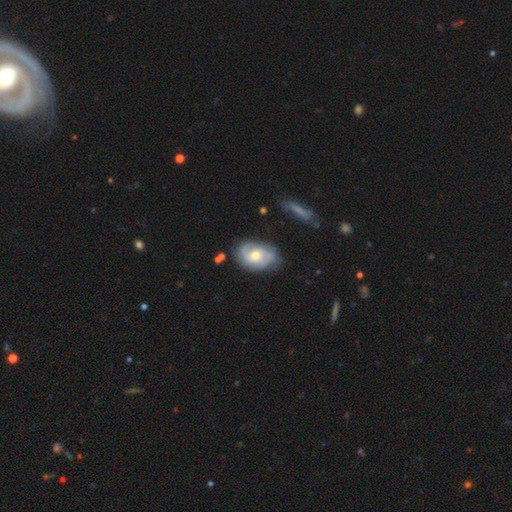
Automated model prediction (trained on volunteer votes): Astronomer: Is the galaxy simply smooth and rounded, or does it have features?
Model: featured or disk — 72%.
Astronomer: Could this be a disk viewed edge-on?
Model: no — 96%.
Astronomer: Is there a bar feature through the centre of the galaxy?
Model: no — 61%.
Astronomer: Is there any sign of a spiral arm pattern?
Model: yes — 90%.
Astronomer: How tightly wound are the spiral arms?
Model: medium — 44% (runner-up: tight, 38%).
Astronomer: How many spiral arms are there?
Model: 2 — 54%.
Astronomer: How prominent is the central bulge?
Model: moderate — 60%.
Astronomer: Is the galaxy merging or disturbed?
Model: none — 66%.